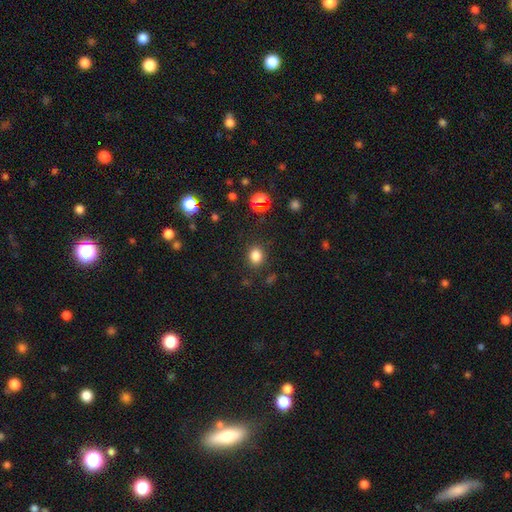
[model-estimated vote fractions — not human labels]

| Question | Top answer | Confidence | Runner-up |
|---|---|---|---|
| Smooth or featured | smooth | 81% | star or artifact (14%) |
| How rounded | round | 59% | in between (40%) |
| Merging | none | 85% | minor disturbance (9%) |